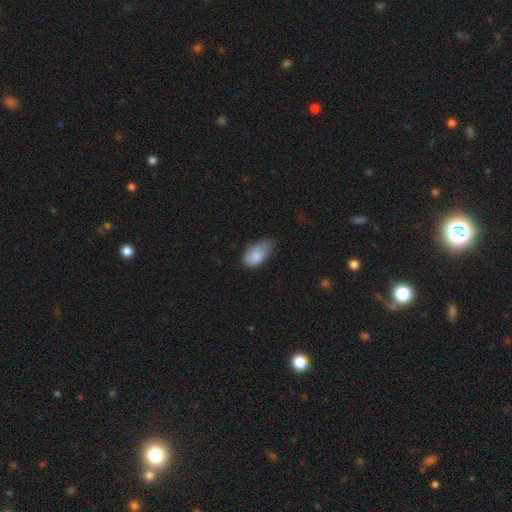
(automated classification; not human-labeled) smooth_or_featured: smooth (p=0.85) [alt: featured or disk p=0.08]
how_rounded: in between (p=0.93) [alt: round p=0.05]
merging: minor disturbance (p=0.45) [alt: none p=0.42]